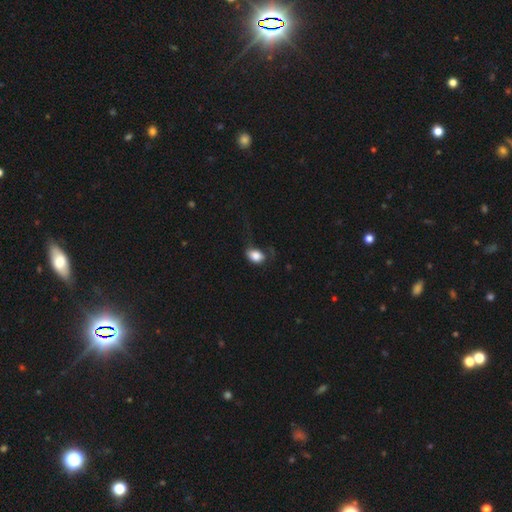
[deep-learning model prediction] The model was most divided on "merging": none: 39%, major disturbance: 31%, minor disturbance: 27%, merger: 3%. More confident: smooth or featured — smooth (84%); how rounded — in between (78%).